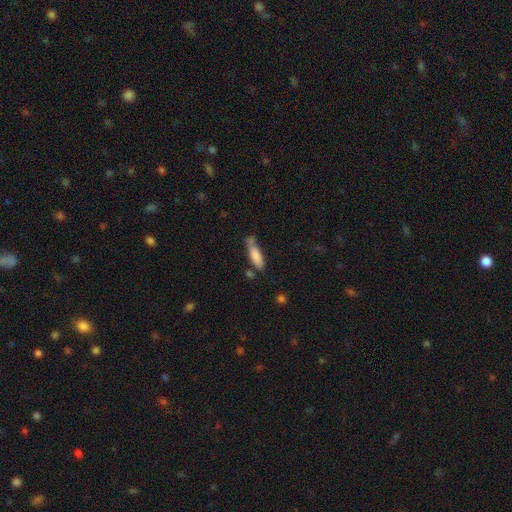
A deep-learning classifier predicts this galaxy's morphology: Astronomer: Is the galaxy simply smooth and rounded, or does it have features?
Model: smooth — 81%.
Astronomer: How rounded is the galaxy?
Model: cigar-shaped — 51% (runner-up: in between, 47%).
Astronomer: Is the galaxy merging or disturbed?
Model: none — 49% (runner-up: minor disturbance, 30%).